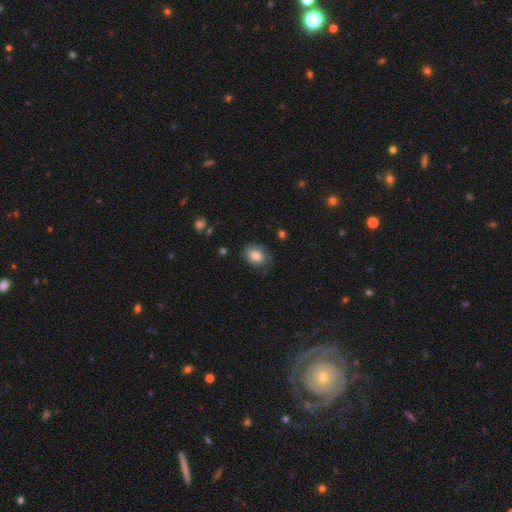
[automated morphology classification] Overall: smooth (81%). How rounded: in between (64%; round 35%). Merging: none (70%).